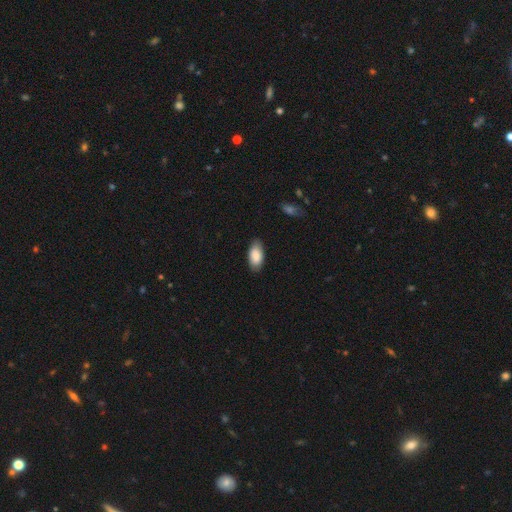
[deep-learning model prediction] Overall: smooth (88%). How rounded: in between (93%). Merging: none (84%).